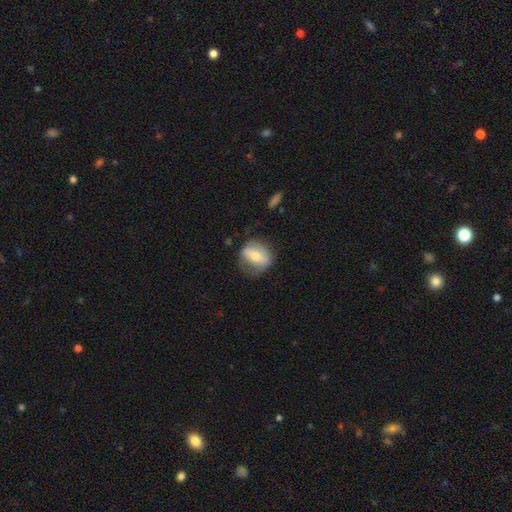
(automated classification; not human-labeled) A smooth galaxy with no disk features (51%) that is round (54%).

Vote fractions:
- Smooth or featured? smooth: 51% / featured or disk: 42% / star or artifact: 7%
- How rounded? round: 54% / in between: 43% / cigar-shaped: 3%
- Merging? none: 58% / minor disturbance: 25% / major disturbance: 14% / merger: 2%